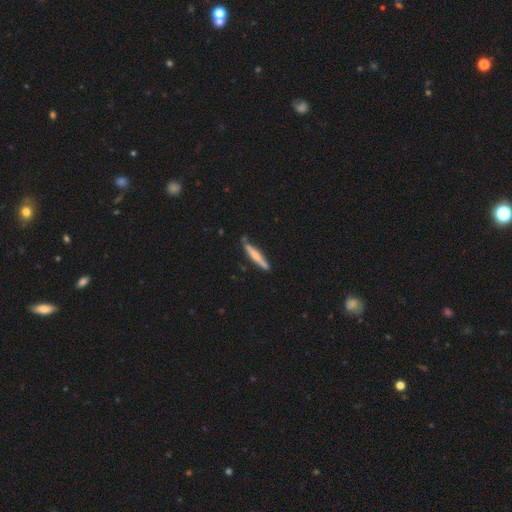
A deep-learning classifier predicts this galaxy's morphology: The model was most divided on "smooth or featured": smooth: 53%, featured or disk: 42%, star or artifact: 5%. More confident: how rounded — cigar-shaped (94%); merging — none (81%).